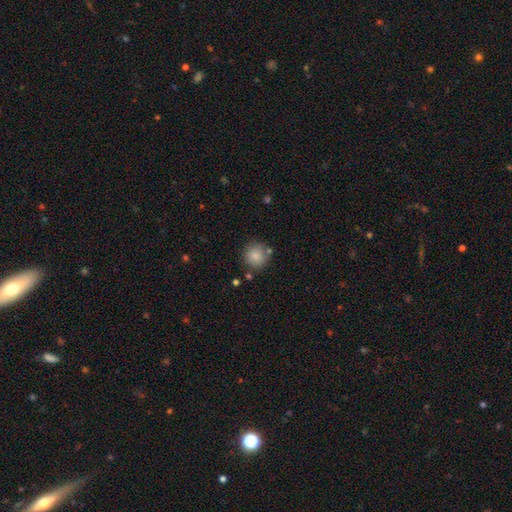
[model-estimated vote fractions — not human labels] Smooth or featured: smooth — 86% (star or artifact — 9%)
How rounded: round — 89% (in between — 10%)
Merging: none — 78% (minor disturbance — 11%)